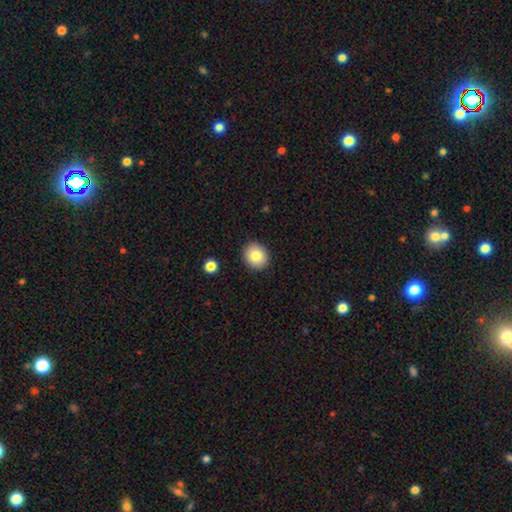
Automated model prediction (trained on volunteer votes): smooth-or-featured: smooth: 82% | star or artifact: 9% | featured or disk: 9%
  how-rounded: round: 74% | in between: 25% | cigar-shaped: 1%
  merging: none: 90% | minor disturbance: 7% | major disturbance: 2% | merger: 1%